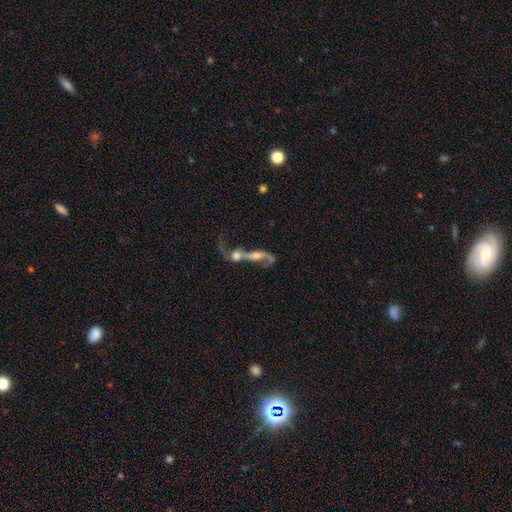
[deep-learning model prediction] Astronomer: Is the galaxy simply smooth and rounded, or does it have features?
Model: featured or disk — 66%.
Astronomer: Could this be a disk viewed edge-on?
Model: no — 86%.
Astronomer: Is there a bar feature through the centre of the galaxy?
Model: no — 60%.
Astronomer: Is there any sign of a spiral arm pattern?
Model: yes — 73%.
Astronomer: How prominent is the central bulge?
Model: moderate — 39% (runner-up: small, 24%).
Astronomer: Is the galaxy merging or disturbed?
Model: merger — 75%.